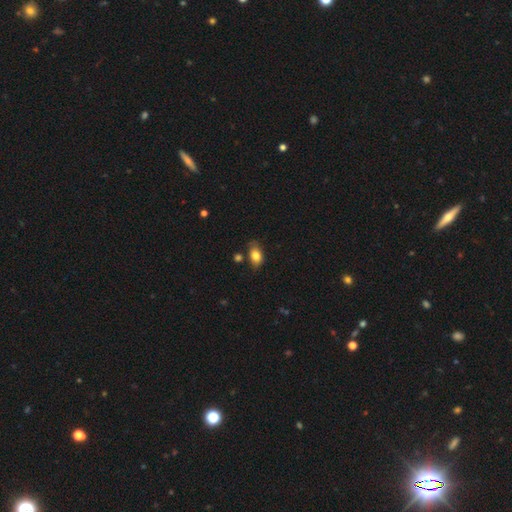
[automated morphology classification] Smooth or featured? Predicted: smooth (p=0.79). How rounded? Predicted: in between (p=0.86). Merging? Predicted: none (p=0.65).